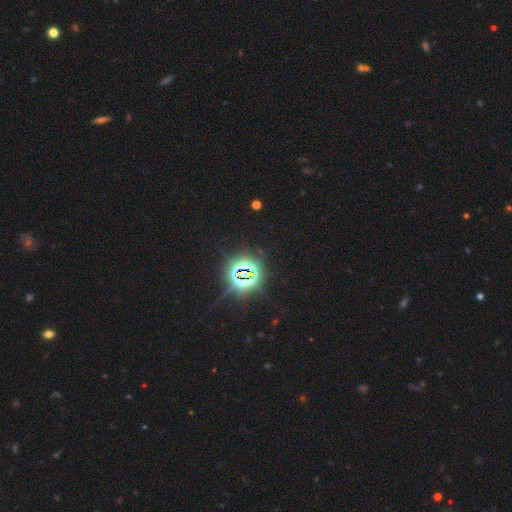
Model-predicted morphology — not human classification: Q: Smooth or featured?
A: star or artifact (84%); runner-up: smooth (10%)